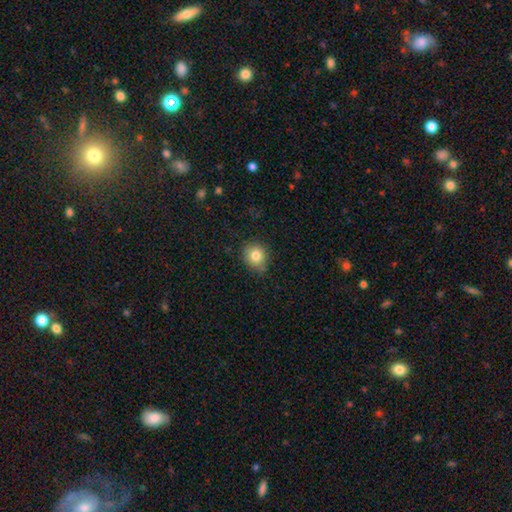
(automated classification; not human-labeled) A smooth galaxy with no disk features (81%) that is round (79%). Merging: none (71%).